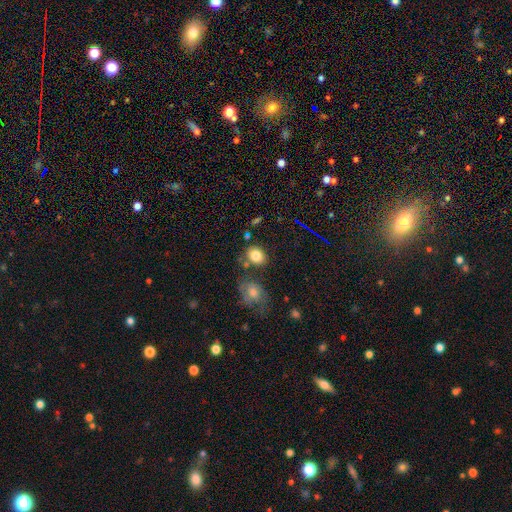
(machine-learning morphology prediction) This is clearly a smooth galaxy (81%). How rounded: possibly in between (50%). Merging: likely none (70%).